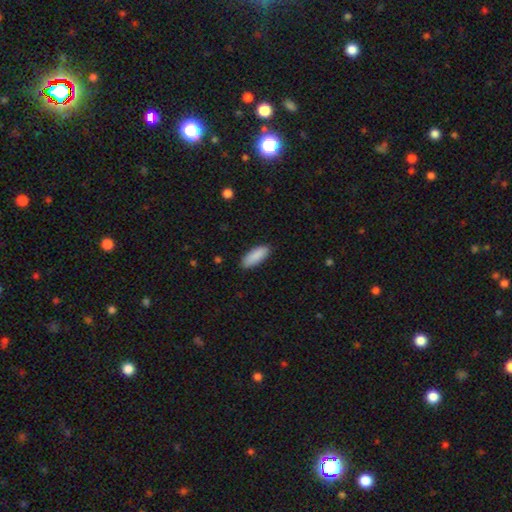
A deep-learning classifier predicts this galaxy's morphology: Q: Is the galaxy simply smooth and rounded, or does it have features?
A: smooth — 90%.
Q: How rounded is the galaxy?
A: in between — 73%.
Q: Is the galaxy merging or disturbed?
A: none — 89%.